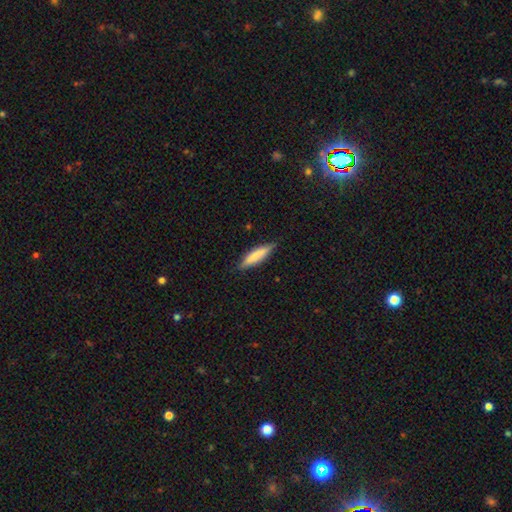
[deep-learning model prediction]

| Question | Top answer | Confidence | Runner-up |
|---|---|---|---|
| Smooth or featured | smooth | 77% | featured or disk (17%) |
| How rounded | cigar-shaped | 76% | in between (23%) |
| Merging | none | 82% | minor disturbance (14%) |